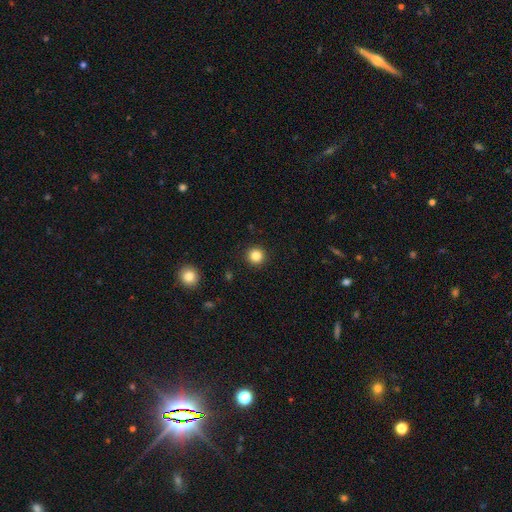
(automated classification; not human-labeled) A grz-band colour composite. It shows a smooth galaxy with no disk features (84%) that is round (95%). Merging: none (92%).